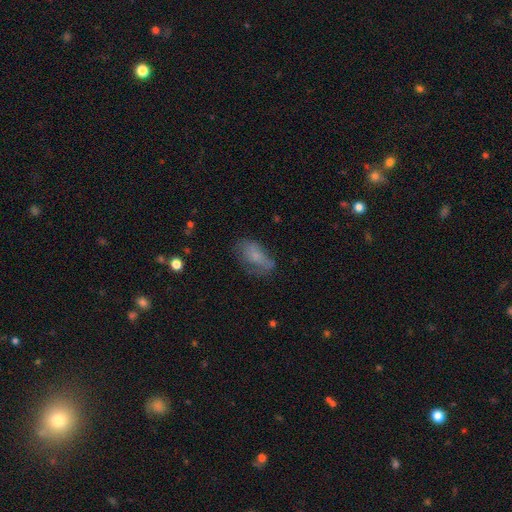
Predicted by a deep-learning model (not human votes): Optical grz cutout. It shows a smooth galaxy with no disk features (64%) that is in between round and cigar-shaped (88%). Merging: none (46%).